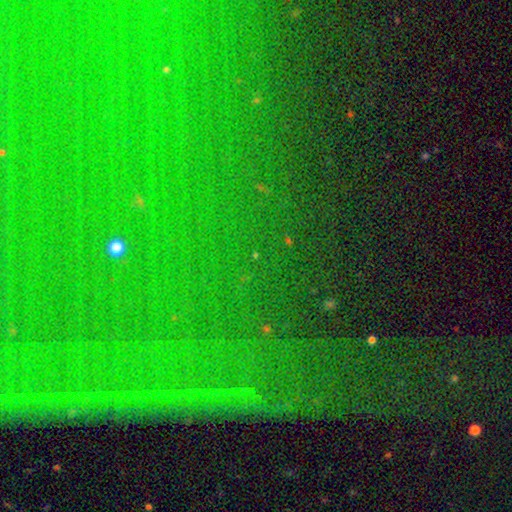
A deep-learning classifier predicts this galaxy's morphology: Smooth or featured? star or artifact (79%)